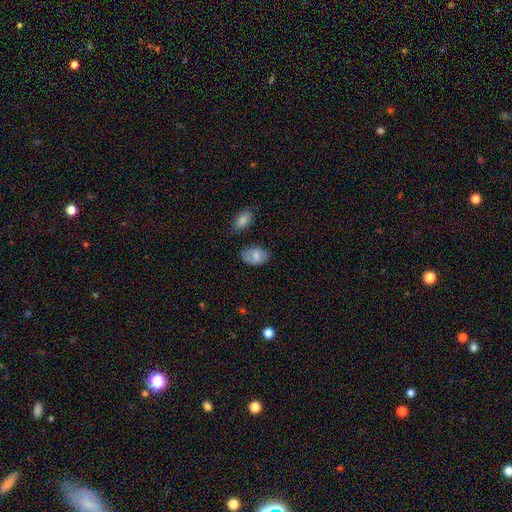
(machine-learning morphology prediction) Smooth or featured? smooth (72%)
How rounded? in between (86%)
Merging? none (65%)